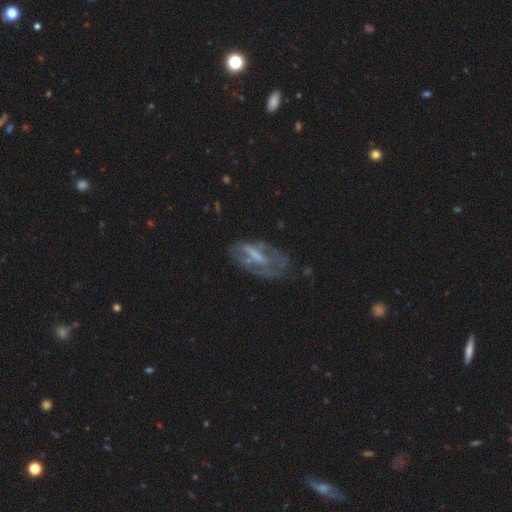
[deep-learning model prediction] The model was most divided on "bar": weak: 35%, no: 34%, strong: 30%. Remaining: edge-on disk — no (90%); spiral arms — no (61%); smooth or featured — featured or disk (60%); merging — none (44%); bulge size — none (42%).